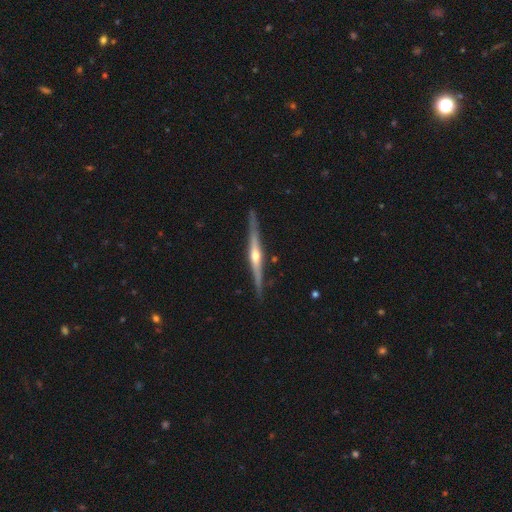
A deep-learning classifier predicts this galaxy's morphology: This appears to be a featured or disk galaxy (79%) viewed edge-on (98%) with a rounded central bulge (88%). Merging: none (87%).